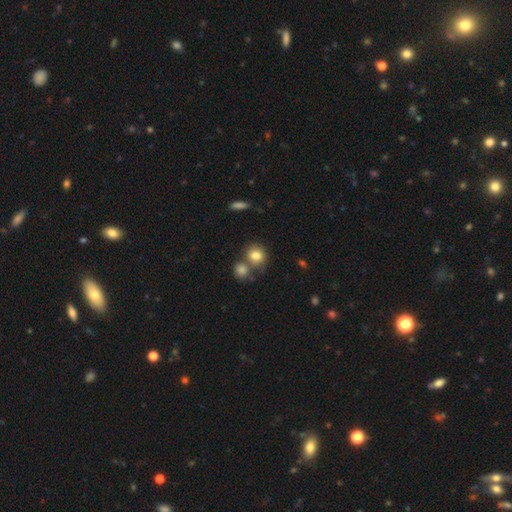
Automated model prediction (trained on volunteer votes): Smooth or featured?
  - smooth: 81% *
  - star or artifact: 10%
  - featured or disk: 9%
How rounded?
  - round: 79% *
  - in between: 19%
  - cigar-shaped: 1%
Merging?
  - none: 55% *
  - merger: 31%
  - minor disturbance: 11%
  - major disturbance: 4%